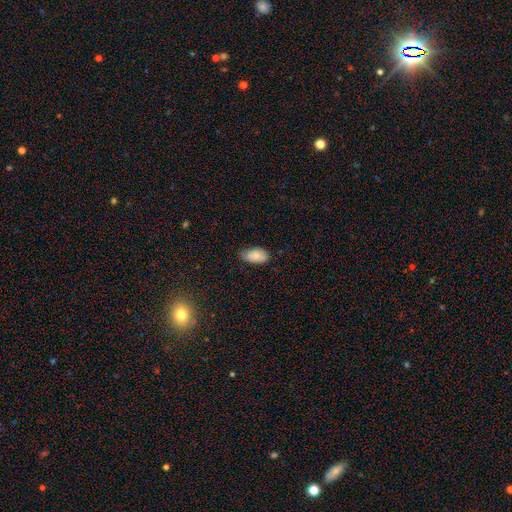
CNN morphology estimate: Smooth or featured: smooth — 81% (featured or disk — 11%)
How rounded: in between — 94% (round — 4%)
Merging: none — 65% (minor disturbance — 29%)